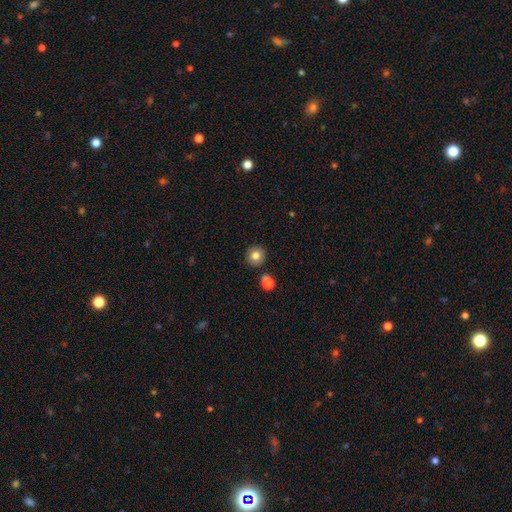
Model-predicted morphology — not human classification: smooth-or-featured: smooth: 81% | star or artifact: 10% | featured or disk: 9%
  how-rounded: round: 89% | in between: 10% | cigar-shaped: 1%
  merging: none: 84% | minor disturbance: 9% | merger: 5% | major disturbance: 2%